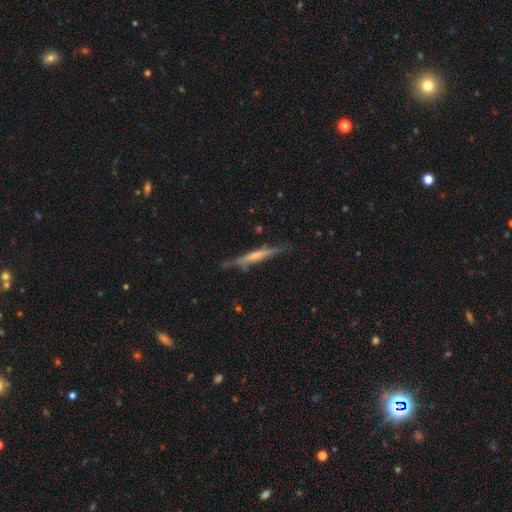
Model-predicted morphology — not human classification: Smooth or featured?
  - featured or disk: 52% *
  - smooth: 42%
  - star or artifact: 6%
Edge-on disk?
  - yes: 92% *
  - no: 8%
Merging?
  - none: 71% *
  - minor disturbance: 21%
  - major disturbance: 5%
  - merger: 3%